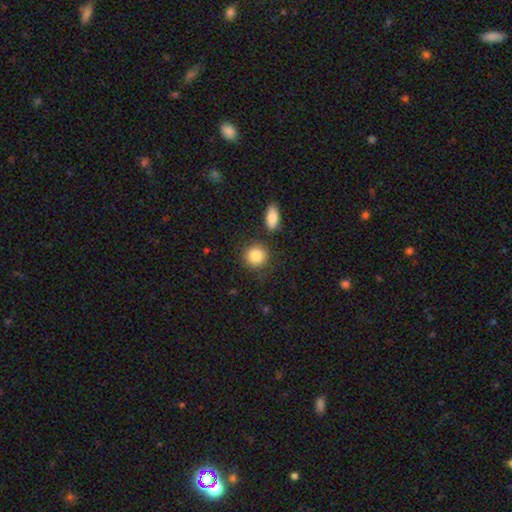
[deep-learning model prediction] This is clearly a smooth galaxy (85%). How rounded: clearly round (87%). Merging: clearly none (80%).